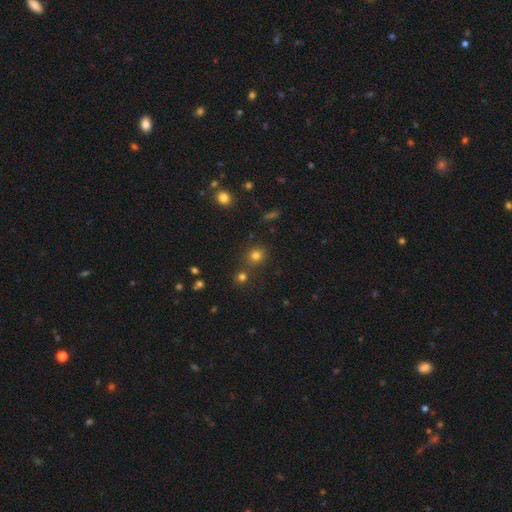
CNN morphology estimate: The model was most divided on "merging": none: 71%, merger: 16%, minor disturbance: 9%, major disturbance: 4%. More confident: how rounded — round (85%); smooth or featured — smooth (76%).